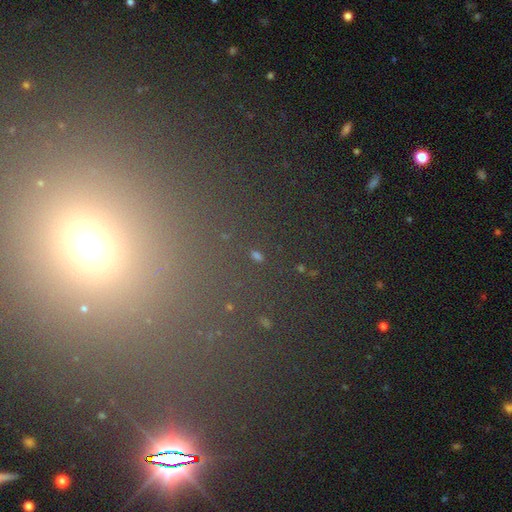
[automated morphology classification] smooth-or-featured: star or artifact: 67% | smooth: 24% | featured or disk: 9%